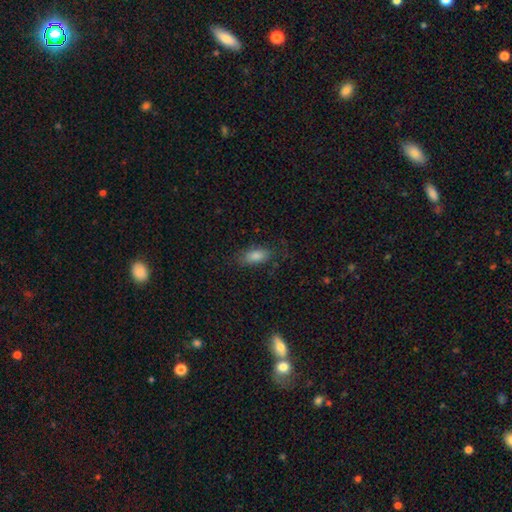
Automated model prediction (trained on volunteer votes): smooth-or-featured: smooth: 81% | featured or disk: 10% | star or artifact: 9%
  how-rounded: in between: 83% | cigar-shaped: 14% | round: 3%
  merging: none: 76% | minor disturbance: 17% | major disturbance: 5% | merger: 2%